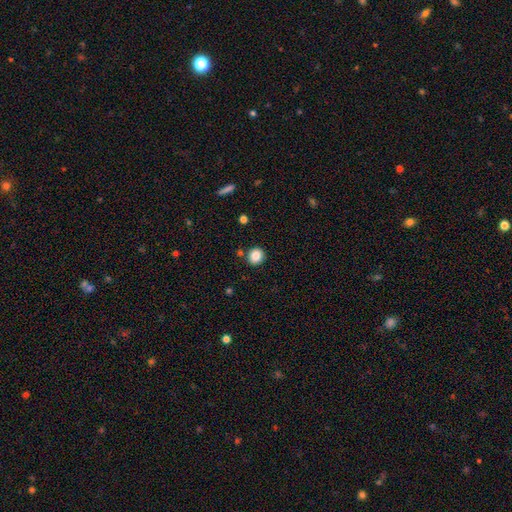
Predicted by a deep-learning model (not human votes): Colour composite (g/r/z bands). It shows a smooth galaxy with no disk features (85%) that is round (90%). Merging: none (87%).